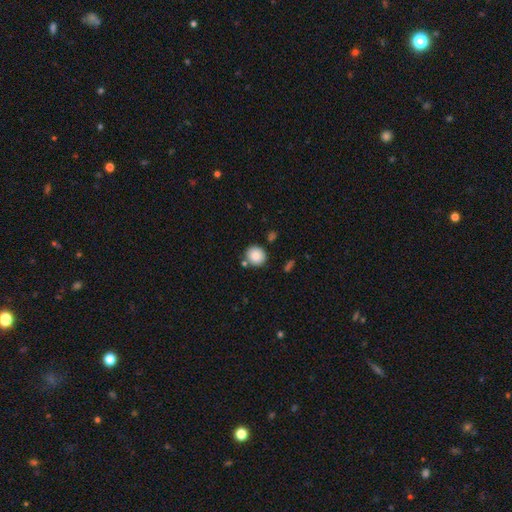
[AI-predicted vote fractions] This is clearly a smooth galaxy (87%). How rounded: clearly round (87%). Merging: clearly none (81%).